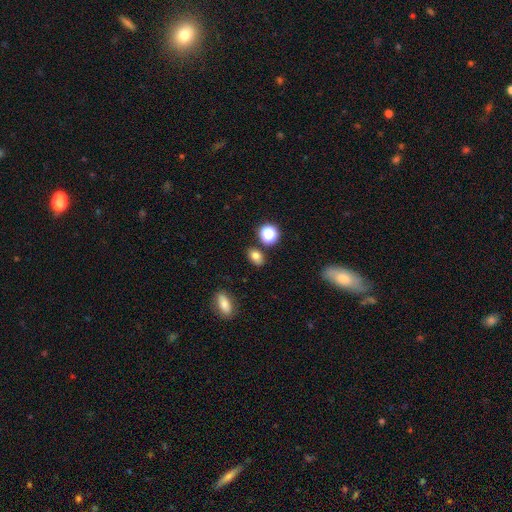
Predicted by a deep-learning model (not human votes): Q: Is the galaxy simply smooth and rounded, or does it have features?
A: smooth — 77%.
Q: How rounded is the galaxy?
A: in between — 74%.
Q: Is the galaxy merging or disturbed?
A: none — 82%.